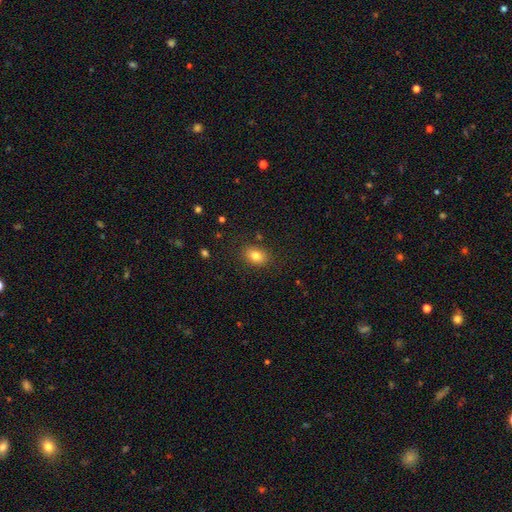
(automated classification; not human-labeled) Smooth or featured: smooth — 81% (star or artifact — 10%)
How rounded: in between — 70% (round — 28%)
Merging: none — 85% (minor disturbance — 10%)